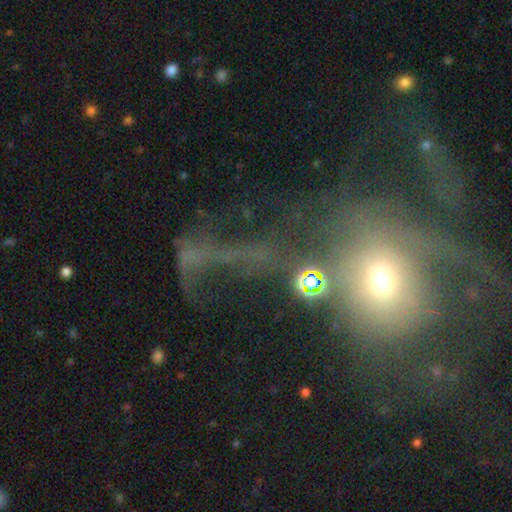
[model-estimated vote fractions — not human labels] smooth_or_featured: featured or disk (p=0.38) [alt: smooth p=0.34]
merging: major disturbance (p=0.41) [alt: merger p=0.24]